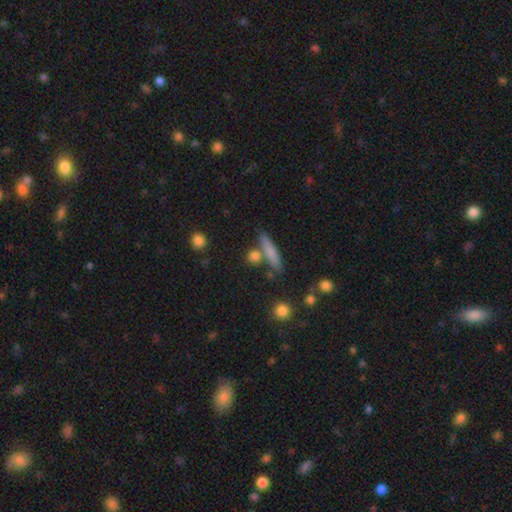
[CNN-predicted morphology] type=smooth (73%); roundness=cigar-shaped (54%); merging=none (70%).